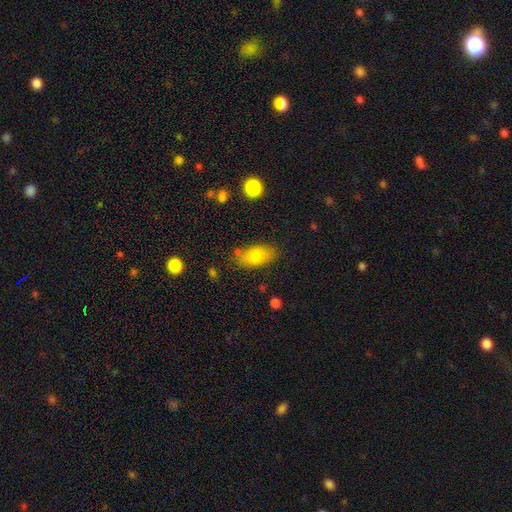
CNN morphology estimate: Smooth or featured?
  - smooth: 77% *
  - featured or disk: 15%
  - star or artifact: 8%
How rounded?
  - in between: 90% *
  - round: 6%
  - cigar-shaped: 4%
Merging?
  - none: 77% *
  - minor disturbance: 15%
  - merger: 4%
  - major disturbance: 4%